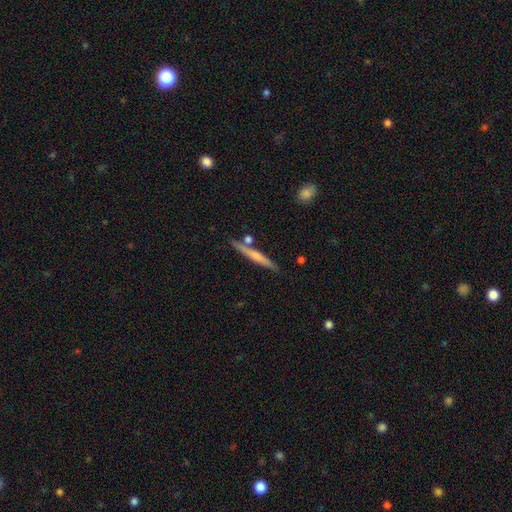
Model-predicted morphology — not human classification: The model was most divided on "smooth or featured": smooth: 49%, featured or disk: 45%, star or artifact: 6%. More confident: merging — none (80%).